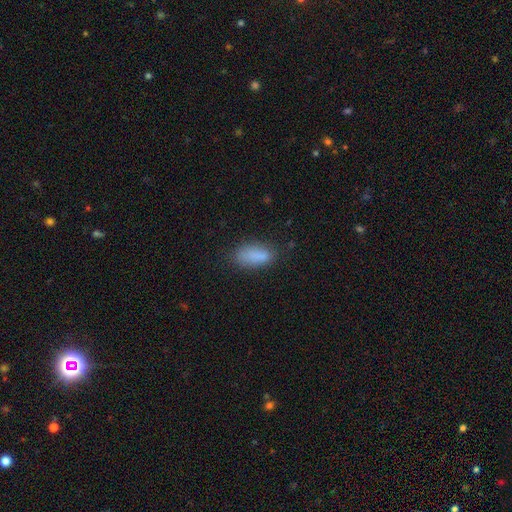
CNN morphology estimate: smooth 84%, star or artifact 9%, featured or disk 7%. Down the decision tree: how rounded — in between (84%); merging — none (71%).